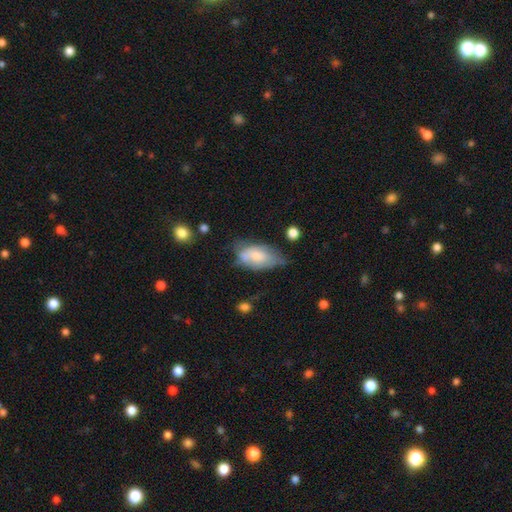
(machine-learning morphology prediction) This is likely a smooth galaxy (64%). How rounded: clearly in between (93%). Merging: marginally minor disturbance (41%).